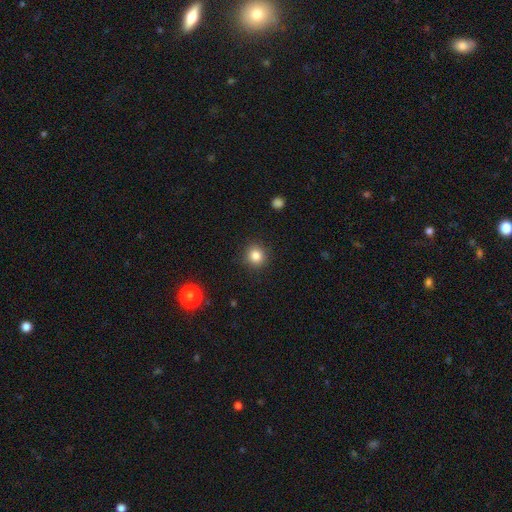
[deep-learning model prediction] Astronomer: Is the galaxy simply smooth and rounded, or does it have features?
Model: smooth — 83%.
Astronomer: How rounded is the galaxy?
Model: round — 91%.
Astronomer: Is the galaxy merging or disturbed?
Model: none — 90%.